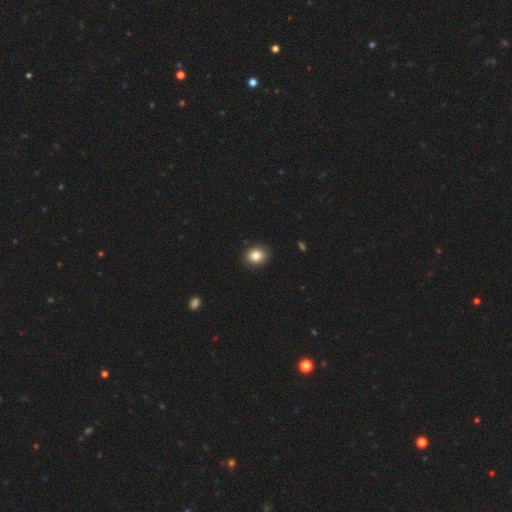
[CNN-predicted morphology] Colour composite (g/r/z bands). It shows a smooth galaxy with no disk features (83%) that is round (68%). Merging: none (90%).